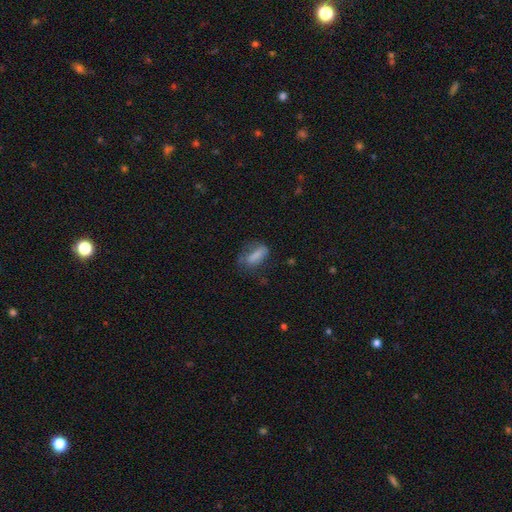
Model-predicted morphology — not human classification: Overall: smooth (75%). How rounded: in between (74%). Merging: none (44%; minor disturbance 30%).